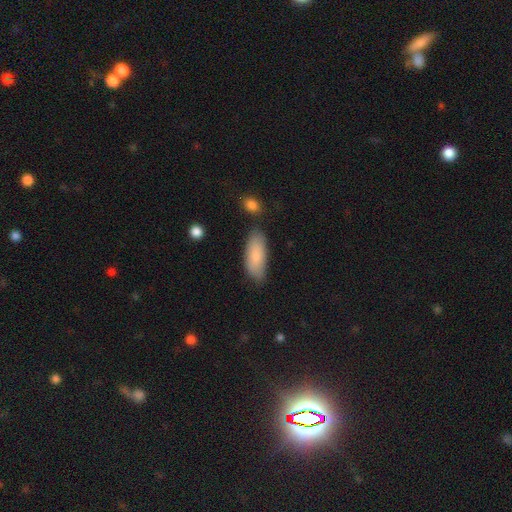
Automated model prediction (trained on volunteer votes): Smooth or featured?
  - smooth: 85% *
  - featured or disk: 9%
  - star or artifact: 6%
How rounded?
  - in between: 81% *
  - cigar-shaped: 17%
  - round: 2%
Merging?
  - none: 75% *
  - minor disturbance: 18%
  - merger: 4%
  - major disturbance: 4%